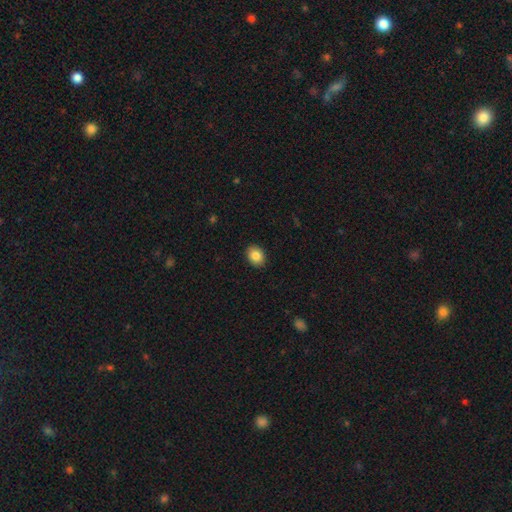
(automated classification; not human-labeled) Smooth or featured? smooth (86%)
How rounded? in between (61%)
Merging? none (91%)